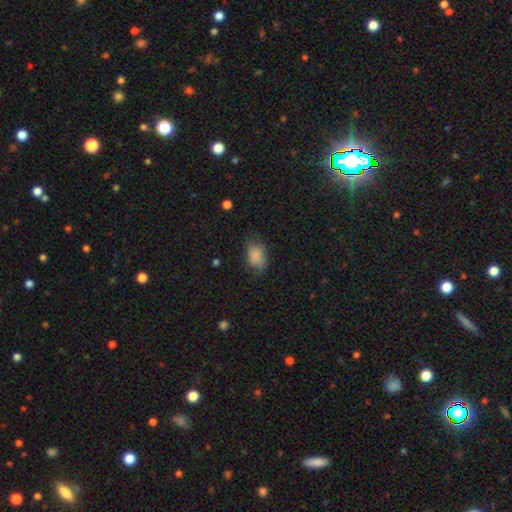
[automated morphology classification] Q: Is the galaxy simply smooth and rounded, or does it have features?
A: smooth — 78%.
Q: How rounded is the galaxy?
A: in between — 85%.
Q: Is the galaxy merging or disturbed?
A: none — 55%.